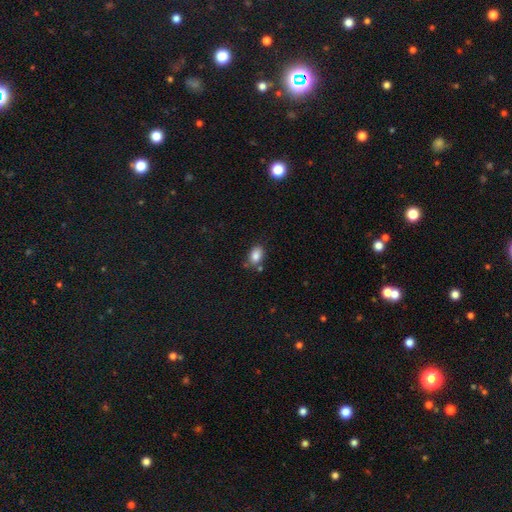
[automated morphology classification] Smooth or featured?
  - smooth: 84% *
  - star or artifact: 9%
  - featured or disk: 7%
How rounded?
  - in between: 79% *
  - round: 19%
  - cigar-shaped: 1%
Merging?
  - none: 68% *
  - minor disturbance: 18%
  - merger: 10%
  - major disturbance: 4%